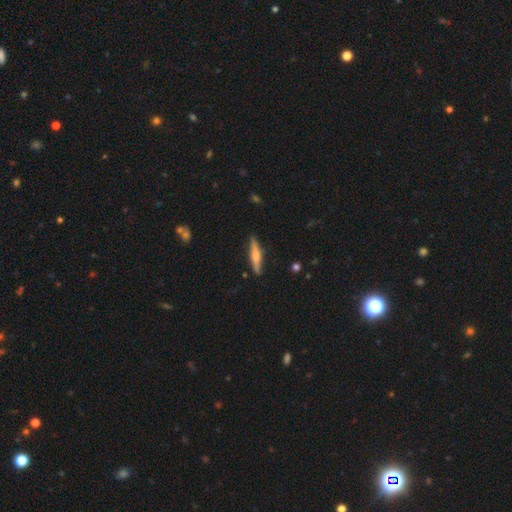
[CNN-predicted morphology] type=featured or disk (48%); merging=none (85%).